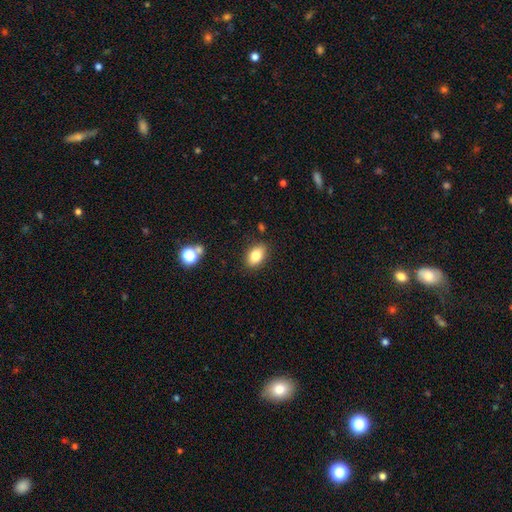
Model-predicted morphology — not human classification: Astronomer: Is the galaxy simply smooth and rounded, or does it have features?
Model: smooth — 82%.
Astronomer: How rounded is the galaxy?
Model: in between — 87%.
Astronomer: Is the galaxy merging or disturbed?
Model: none — 86%.